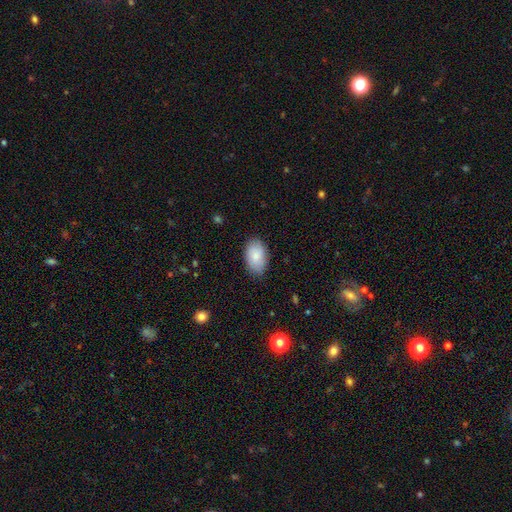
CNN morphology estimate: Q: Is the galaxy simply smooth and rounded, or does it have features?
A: smooth — 84%.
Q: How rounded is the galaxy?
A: in between — 92%.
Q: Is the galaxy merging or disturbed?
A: none — 84%.